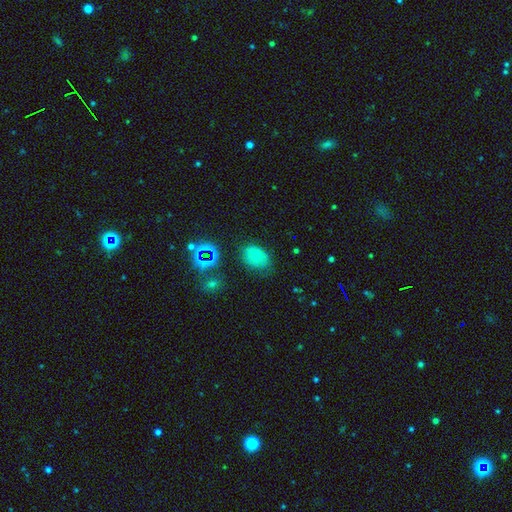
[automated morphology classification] smooth_or_featured: smooth (p=0.67) [alt: star or artifact p=0.18]
how_rounded: in between (p=0.76) [alt: round p=0.23]
merging: none (p=0.67) [alt: minor disturbance p=0.23]